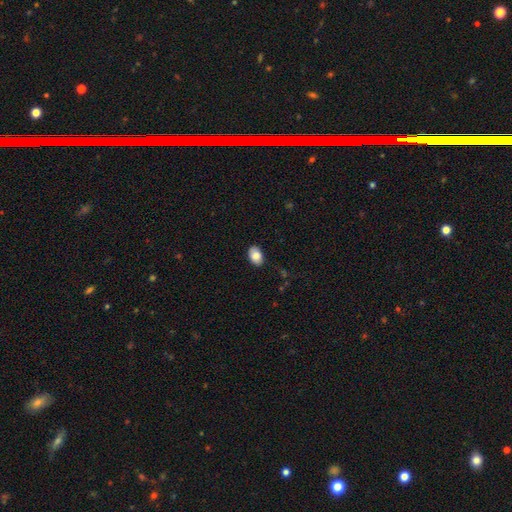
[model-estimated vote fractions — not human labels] A smooth galaxy with no disk features (85%) that is in between round and cigar-shaped (87%). Merging: none (85%).